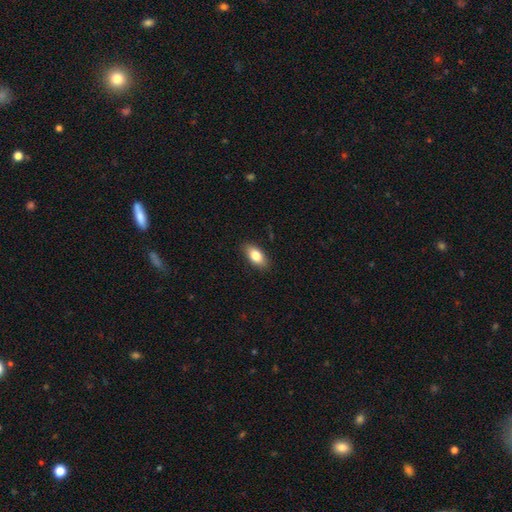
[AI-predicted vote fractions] smooth_or_featured: smooth (p=0.81) [alt: featured or disk p=0.12]
how_rounded: in between (p=0.89) [alt: cigar-shaped p=0.07]
merging: none (p=0.87) [alt: minor disturbance p=0.10]